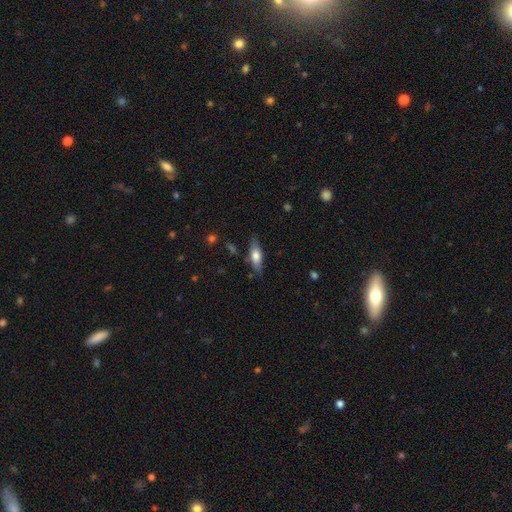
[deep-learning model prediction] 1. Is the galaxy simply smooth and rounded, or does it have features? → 60% smooth, 33% featured or disk, 7% star or artifact.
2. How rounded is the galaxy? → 58% in between, 39% cigar-shaped, 3% round.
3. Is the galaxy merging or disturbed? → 79% none, 16% minor disturbance, 3% major disturbance, 2% merger.